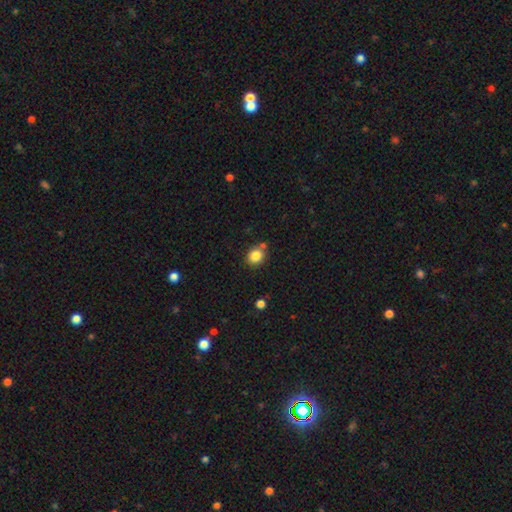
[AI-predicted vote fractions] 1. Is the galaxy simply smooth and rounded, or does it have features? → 84% smooth, 10% star or artifact, 5% featured or disk.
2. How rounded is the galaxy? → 75% round, 24% in between, 1% cigar-shaped.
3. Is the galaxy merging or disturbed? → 72% none, 13% merger, 12% minor disturbance, 3% major disturbance.